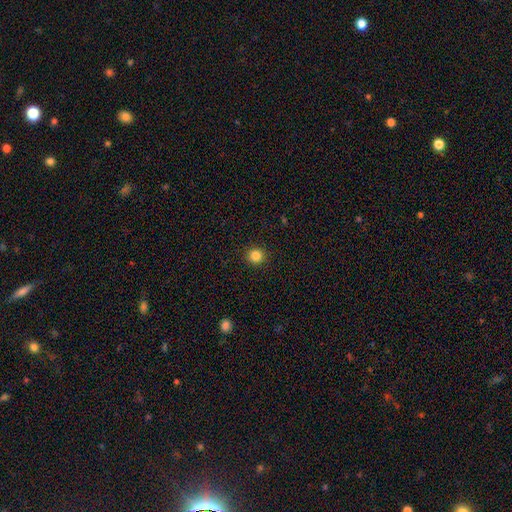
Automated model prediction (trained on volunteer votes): The model was most divided on "smooth or featured": smooth: 84%, star or artifact: 11%, featured or disk: 4%. More confident: how rounded — round (92%); merging — none (92%).